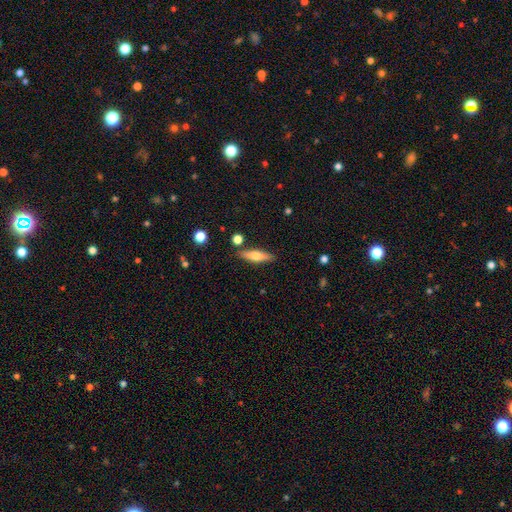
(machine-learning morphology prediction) smooth 62%, featured or disk 31%, star or artifact 6%. Down the decision tree: how rounded — cigar-shaped (65%); merging — none (83%).